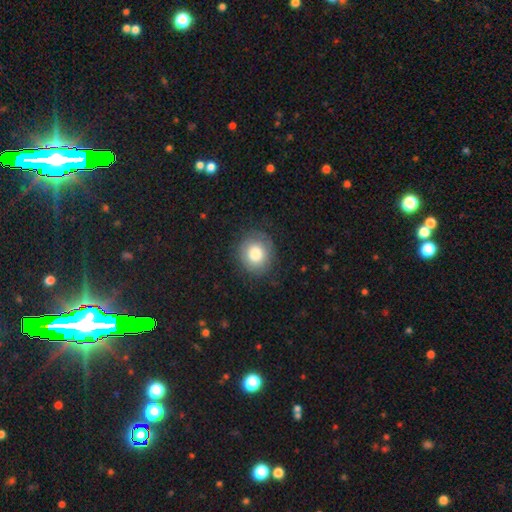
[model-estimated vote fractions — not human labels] smooth_or_featured: smooth (p=0.78) [alt: featured or disk p=0.13]
how_rounded: round (p=0.84) [alt: in between p=0.15]
merging: none (p=0.82) [alt: minor disturbance p=0.13]